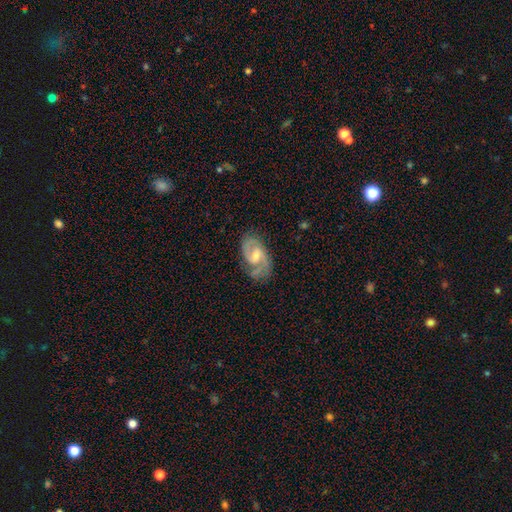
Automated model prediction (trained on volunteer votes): Smooth or featured?
  - featured or disk: 88% *
  - smooth: 7%
  - star or artifact: 5%
Edge-on disk?
  - no: 97% *
  - yes: 3%
Bar?
  - weak: 58% *
  - no: 27%
  - strong: 16%
Spiral arms?
  - yes: 97% *
  - no: 3%
Spiral winding?
  - medium: 56% *
  - tight: 30%
  - loose: 14%
Spiral arm count?
  - 2: 88% *
  - can't tell: 4%
  - 3: 4%
  - 1: 2%
  - 4: 1%
  - more than 4: 1%
Bulge size?
  - moderate: 52% *
  - small: 40%
  - none: 4%
  - large: 3%
  - dominant: 1%
Merging?
  - none: 76% *
  - minor disturbance: 17%
  - major disturbance: 6%
  - merger: 1%